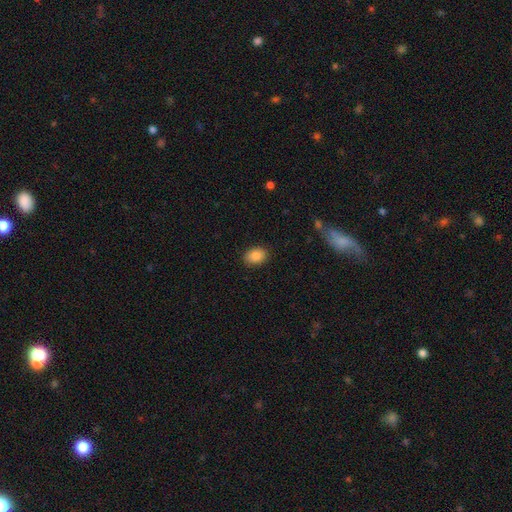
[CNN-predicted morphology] smooth 88%, star or artifact 8%, featured or disk 4%. Down the decision tree: how rounded — in between (73%); merging — none (88%).